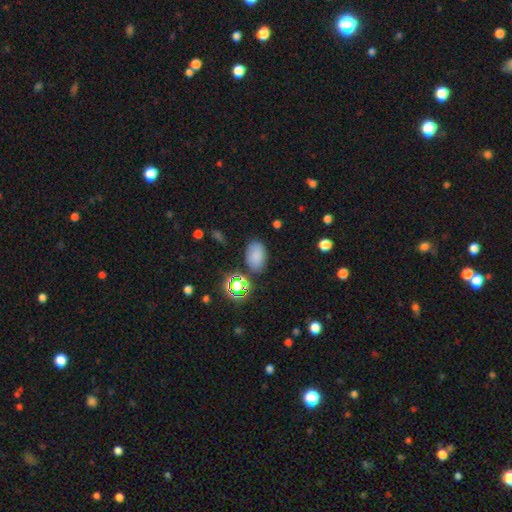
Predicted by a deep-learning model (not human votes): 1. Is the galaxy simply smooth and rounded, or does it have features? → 79% smooth, 14% star or artifact, 7% featured or disk.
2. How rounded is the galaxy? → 88% in between, 10% round, 1% cigar-shaped.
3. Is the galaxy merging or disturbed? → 80% none, 12% minor disturbance, 4% merger, 4% major disturbance.